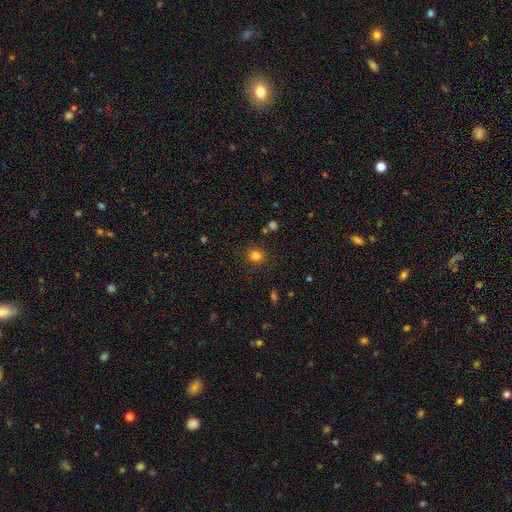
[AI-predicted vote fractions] Smooth or featured?
  - smooth: 81% *
  - star or artifact: 14%
  - featured or disk: 6%
How rounded?
  - round: 82% *
  - in between: 17%
  - cigar-shaped: 1%
Merging?
  - none: 87% *
  - minor disturbance: 8%
  - major disturbance: 3%
  - merger: 2%